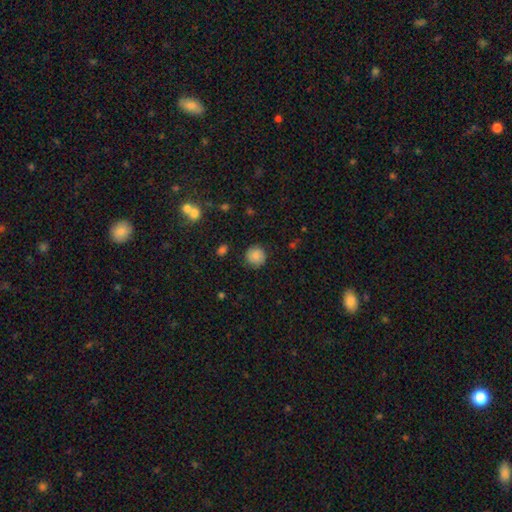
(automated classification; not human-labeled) A smooth galaxy with no disk features (82%) that is round (92%).

Vote fractions:
- Smooth or featured? smooth: 82% / featured or disk: 10% / star or artifact: 9%
- How rounded? round: 92% / in between: 7% / cigar-shaped: 1%
- Merging? none: 85% / minor disturbance: 11% / major disturbance: 3% / merger: 1%